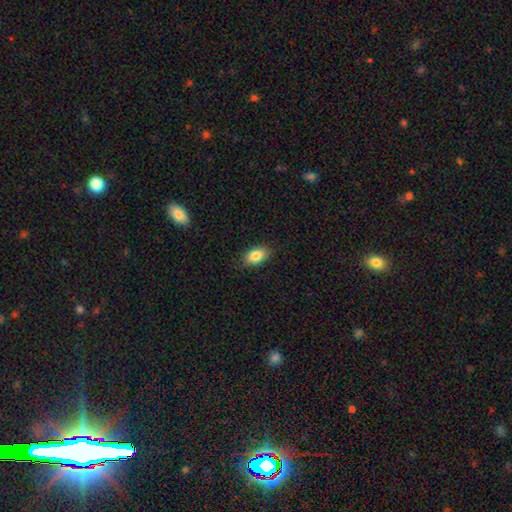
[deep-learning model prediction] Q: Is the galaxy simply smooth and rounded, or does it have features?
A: smooth — 85%.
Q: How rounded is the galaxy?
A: in between — 91%.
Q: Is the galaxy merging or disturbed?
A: none — 88%.